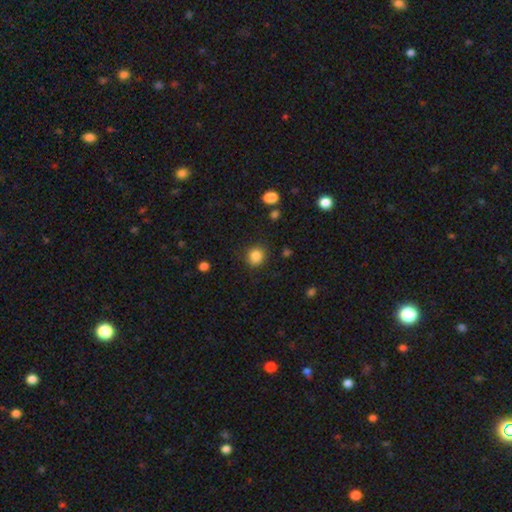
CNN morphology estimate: The model was most divided on "how rounded": round: 78%, in between: 21%, cigar-shaped: 1%. More confident: smooth or featured — smooth (85%); merging — none (83%).